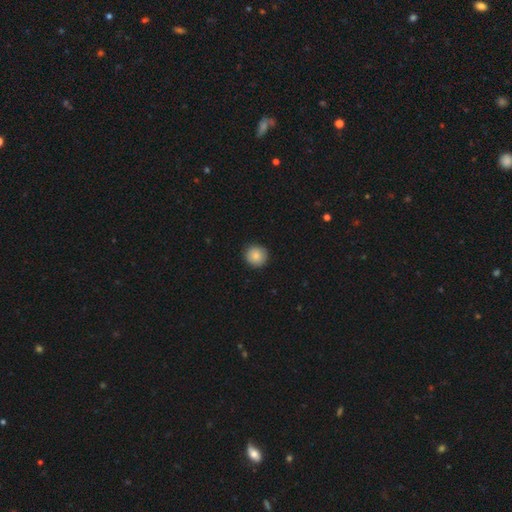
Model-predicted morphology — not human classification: type=smooth (85%); roundness=round (93%); merging=none (91%).